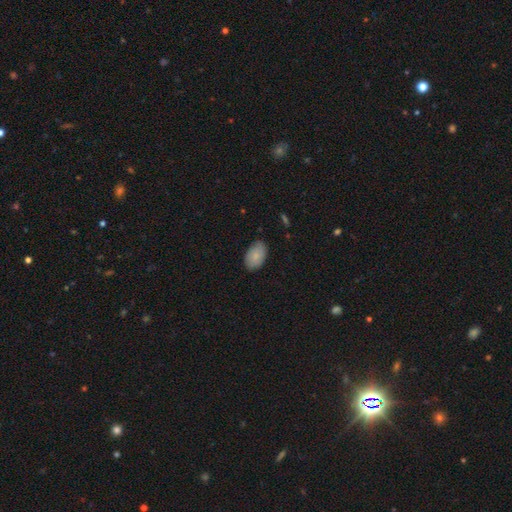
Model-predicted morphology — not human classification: This appears to be a smooth galaxy with no disk features (81%) that is in between round and cigar-shaped (92%). Merging: none (81%).